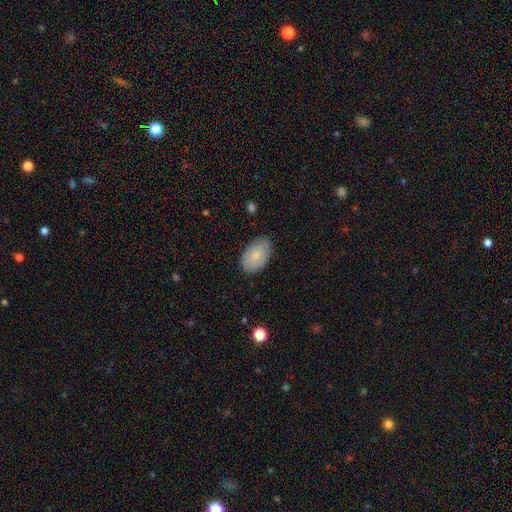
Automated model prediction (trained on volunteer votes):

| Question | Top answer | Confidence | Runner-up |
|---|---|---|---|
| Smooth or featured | smooth | 70% | featured or disk (24%) |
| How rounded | in between | 91% | round (8%) |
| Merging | none | 82% | minor disturbance (14%) |